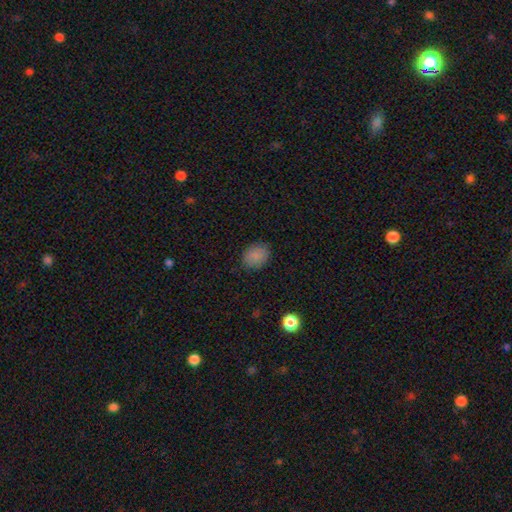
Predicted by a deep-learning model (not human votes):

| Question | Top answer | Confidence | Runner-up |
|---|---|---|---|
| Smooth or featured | smooth | 86% | star or artifact (9%) |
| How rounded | in between | 57% | round (42%) |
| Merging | none | 84% | minor disturbance (12%) |